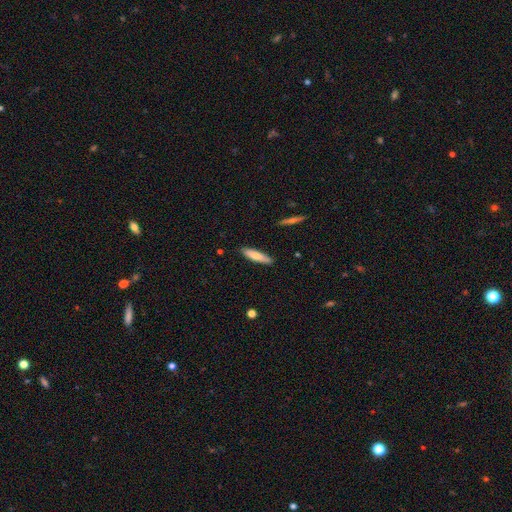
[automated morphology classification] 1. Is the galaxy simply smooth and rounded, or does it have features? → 72% smooth, 22% featured or disk, 6% star or artifact.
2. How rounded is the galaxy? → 76% cigar-shaped, 23% in between, 1% round.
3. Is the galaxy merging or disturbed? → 88% none, 9% minor disturbance, 2% major disturbance, 1% merger.